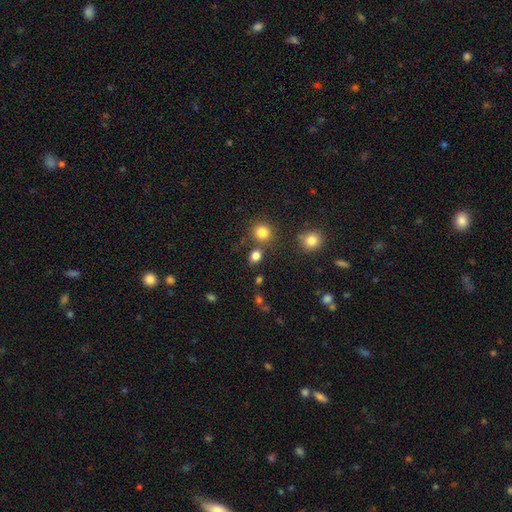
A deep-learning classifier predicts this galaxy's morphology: This appears to be a smooth galaxy with no disk features (80%) that is round (68%). Merging: none (72%).